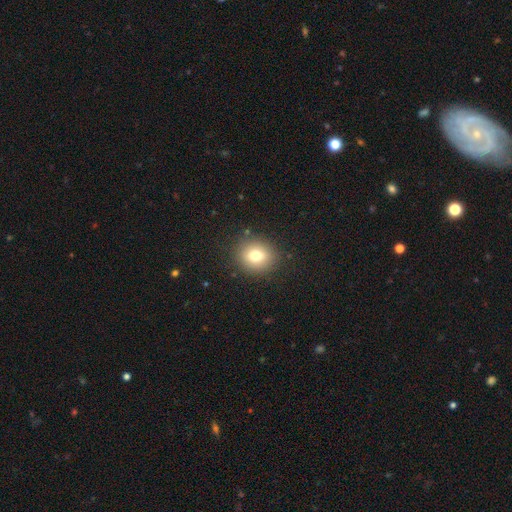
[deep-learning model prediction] Overall: smooth (77%). How rounded: round (75%). Merging: none (87%).